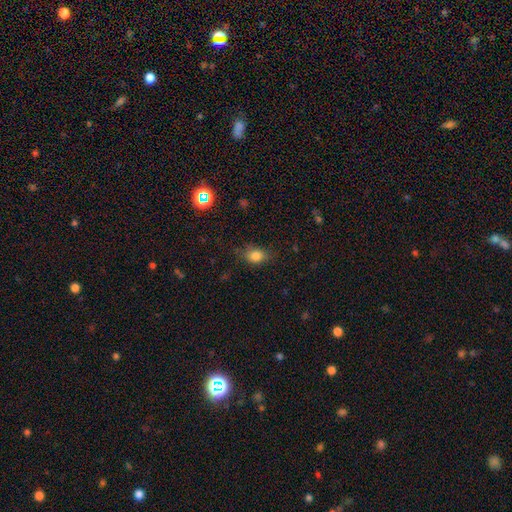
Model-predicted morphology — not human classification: A smooth galaxy with no disk features (80%) that is in between round and cigar-shaped (63%). Merging: none (72%).